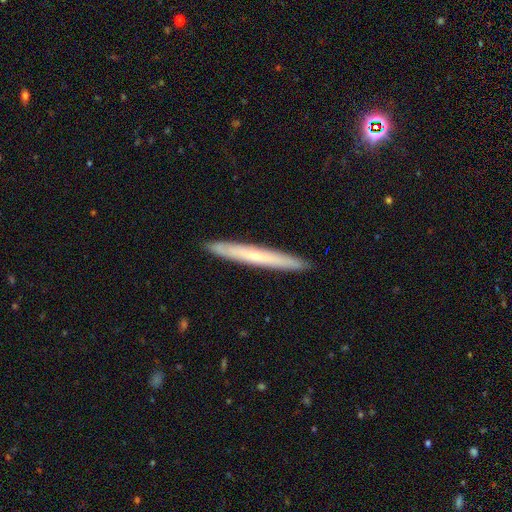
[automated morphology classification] This appears to be a smooth galaxy with no disk features (48%). Merging: none (91%).